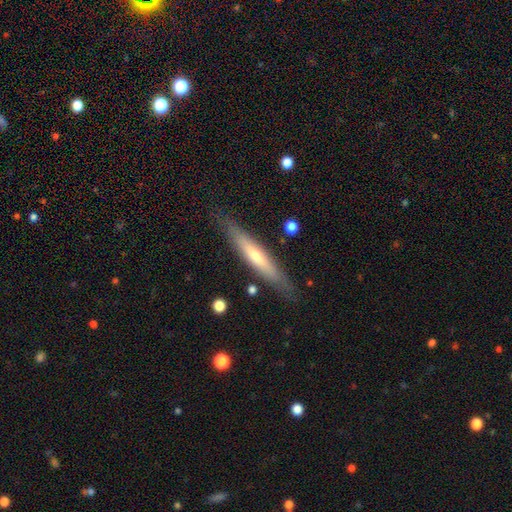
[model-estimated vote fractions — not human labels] Q: Smooth or featured?
A: featured or disk (48%); runner-up: smooth (46%)
Q: Merging?
A: none (84%); runner-up: minor disturbance (12%)